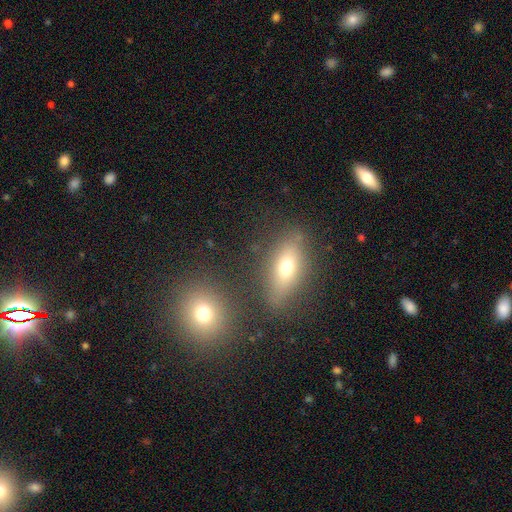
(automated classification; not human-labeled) smooth 41%, featured or disk 36%, star or artifact 23%. Down the decision tree: merging — none (78%).